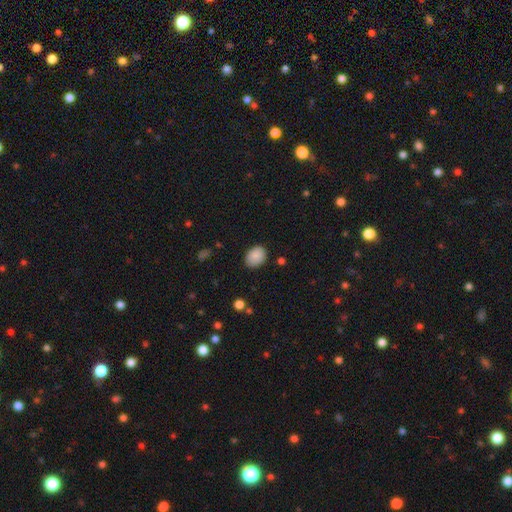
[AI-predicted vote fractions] Smooth or featured? smooth (88%)
How rounded? in between (69%)
Merging? none (82%)